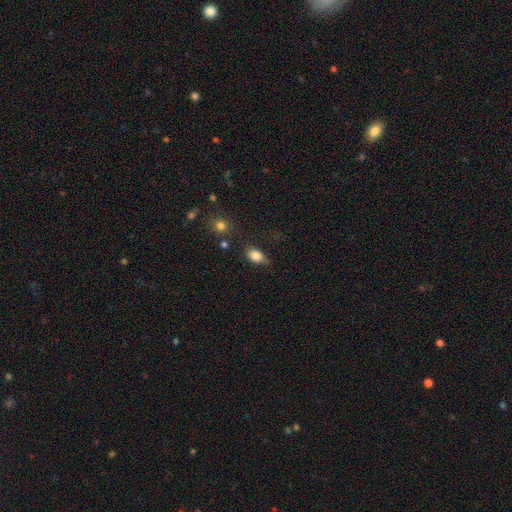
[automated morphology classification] Smooth or featured?
  - smooth: 82% *
  - featured or disk: 9%
  - star or artifact: 9%
How rounded?
  - in between: 81% *
  - round: 17%
  - cigar-shaped: 3%
Merging?
  - none: 57% *
  - minor disturbance: 29%
  - major disturbance: 10%
  - merger: 3%